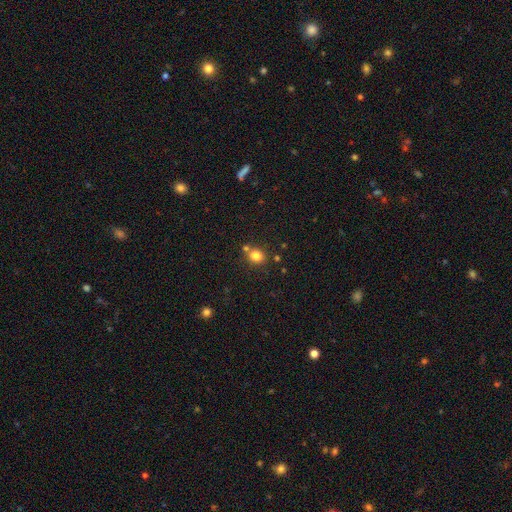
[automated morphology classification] Q: Smooth or featured?
A: smooth (81%); runner-up: star or artifact (12%)
Q: How rounded?
A: round (69%); runner-up: in between (30%)
Q: Merging?
A: none (68%); runner-up: merger (18%)